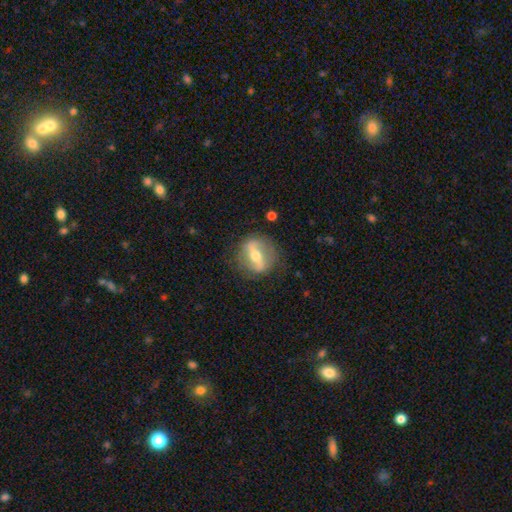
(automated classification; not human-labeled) Smooth or featured? Predicted: featured or disk (p=0.70). Edge-on disk? Predicted: no (p=0.81). Bar? Predicted: strong (p=0.69). Spiral arms? Predicted: no (p=0.60). Bulge size? Predicted: moderate (p=0.70). Merging? Predicted: none (p=0.80).